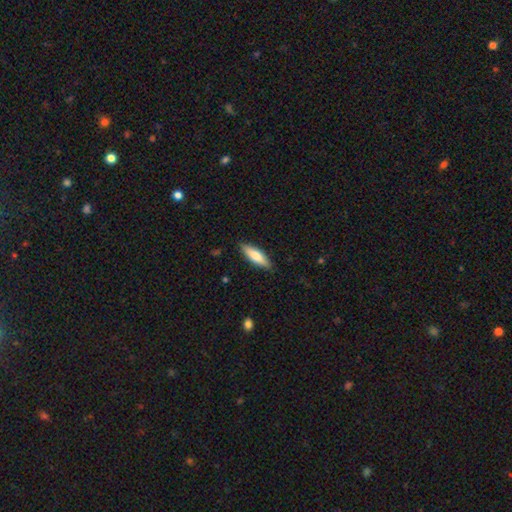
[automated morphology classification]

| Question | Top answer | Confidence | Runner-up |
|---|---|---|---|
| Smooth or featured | smooth | 65% | featured or disk (29%) |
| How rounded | cigar-shaped | 58% | in between (40%) |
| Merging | none | 88% | minor disturbance (9%) |